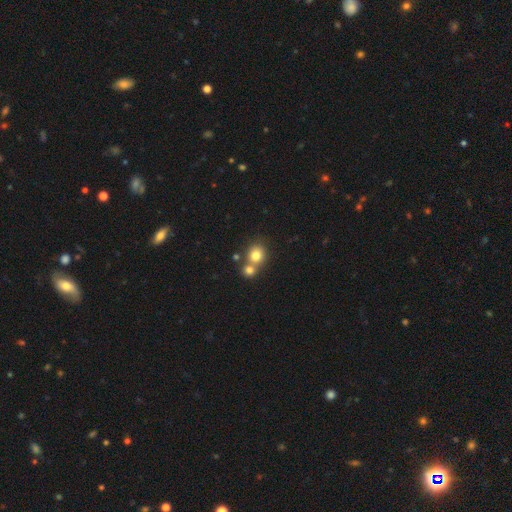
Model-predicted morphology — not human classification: Smooth or featured? smooth (79%)
How rounded? round (79%)
Merging? none (46%)